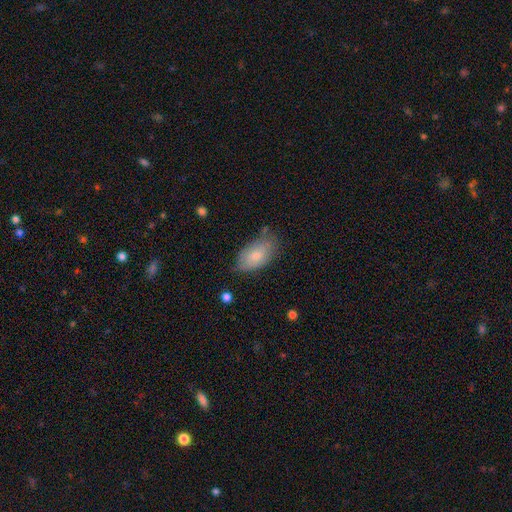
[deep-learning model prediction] smooth 74%, featured or disk 19%, star or artifact 6%. Down the decision tree: how rounded — in between (94%); merging — none (62%).